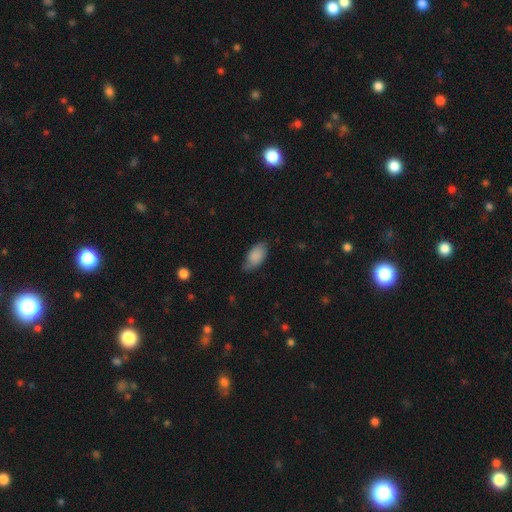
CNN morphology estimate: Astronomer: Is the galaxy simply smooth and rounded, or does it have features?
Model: smooth — 82%.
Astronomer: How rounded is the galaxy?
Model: in between — 93%.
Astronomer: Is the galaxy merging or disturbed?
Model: none — 61%.